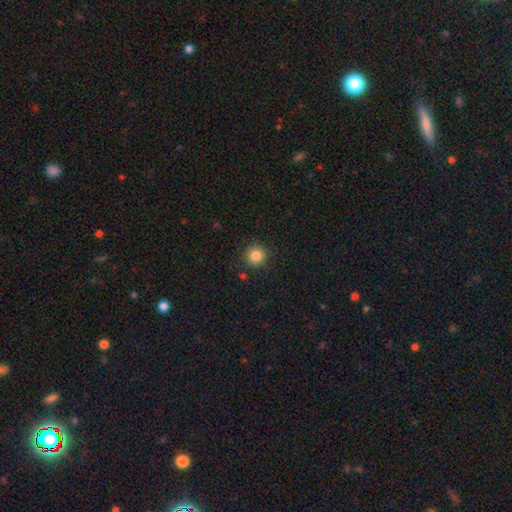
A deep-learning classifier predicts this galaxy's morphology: A smooth galaxy with no disk features (85%) that is round (94%).

Vote fractions:
- Smooth or featured? smooth: 85% / star or artifact: 11% / featured or disk: 4%
- How rounded? round: 94% / in between: 5% / cigar-shaped: 1%
- Merging? none: 89% / minor disturbance: 7% / major disturbance: 2% / merger: 2%